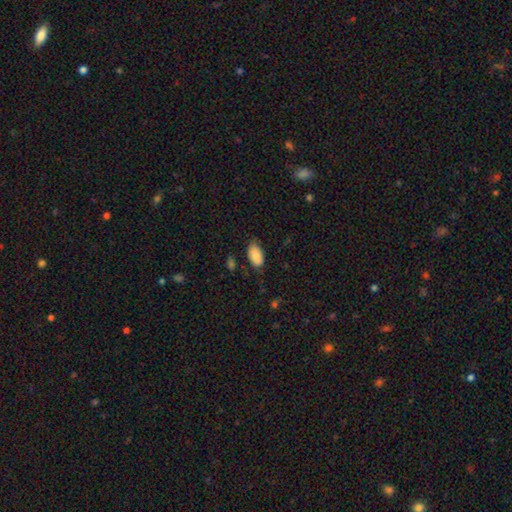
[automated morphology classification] Smooth or featured: smooth — 87% (star or artifact — 7%)
How rounded: in between — 94% (round — 4%)
Merging: none — 70% (minor disturbance — 24%)